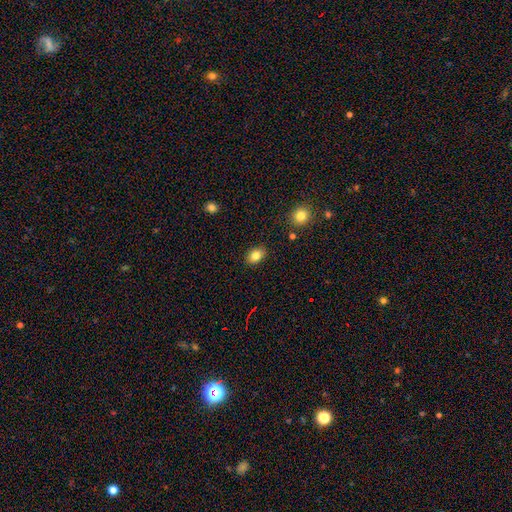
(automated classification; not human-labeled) A smooth galaxy with no disk features (83%) that is in between round and cigar-shaped (73%).

Vote fractions:
- Smooth or featured? smooth: 83% / star or artifact: 9% / featured or disk: 7%
- How rounded? in between: 73% / round: 26% / cigar-shaped: 1%
- Merging? none: 88% / minor disturbance: 9% / major disturbance: 2% / merger: 2%